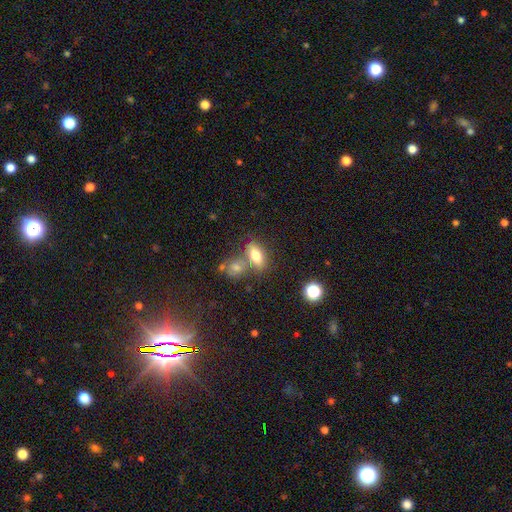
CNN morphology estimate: Overall: smooth (75%). How rounded: in between (83%). Merging: none (57%; merger 27%).